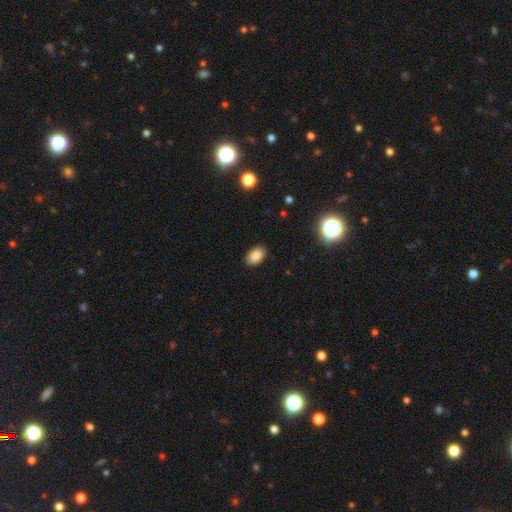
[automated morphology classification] This is clearly a smooth galaxy (86%). How rounded: clearly in between (89%). Merging: clearly none (89%).